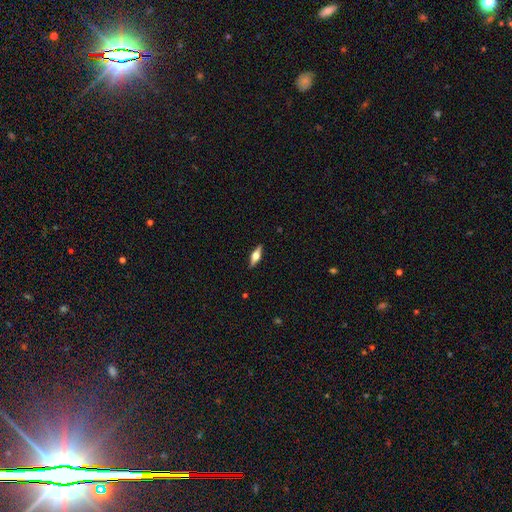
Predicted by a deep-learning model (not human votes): A featured or disk galaxy (57%) viewed edge-on (94%) with a rounded central bulge (93%).

Vote fractions:
- Smooth or featured? featured or disk: 57% / smooth: 37% / star or artifact: 6%
- Edge-on disk? yes: 94% / no: 6%
- Edge-on bulge? rounded: 93% / boxy: 6% / none: 2%
- Merging? none: 90% / minor disturbance: 8% / major disturbance: 2% / merger: 1%